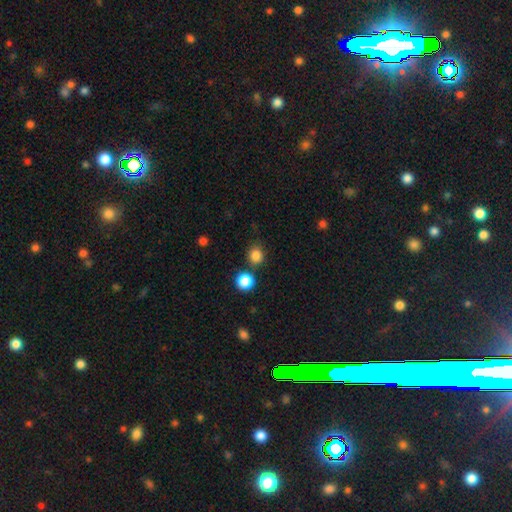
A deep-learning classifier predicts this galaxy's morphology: This appears to be a smooth galaxy with no disk features (83%) that is round (85%). Merging: none (79%).